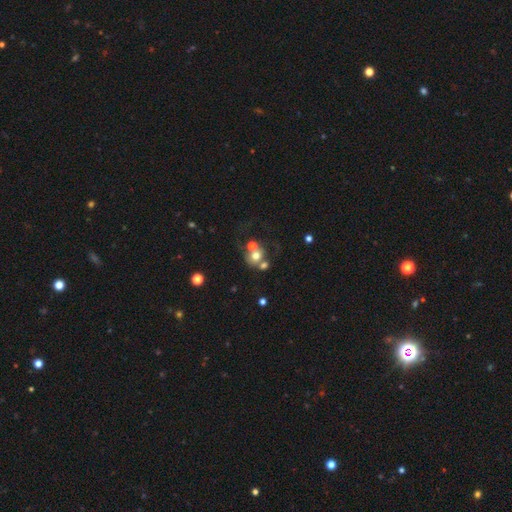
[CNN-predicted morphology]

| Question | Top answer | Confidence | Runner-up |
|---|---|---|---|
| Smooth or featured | smooth | 62% | featured or disk (24%) |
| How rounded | round | 76% | in between (23%) |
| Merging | merger | 47% | none (32%) |